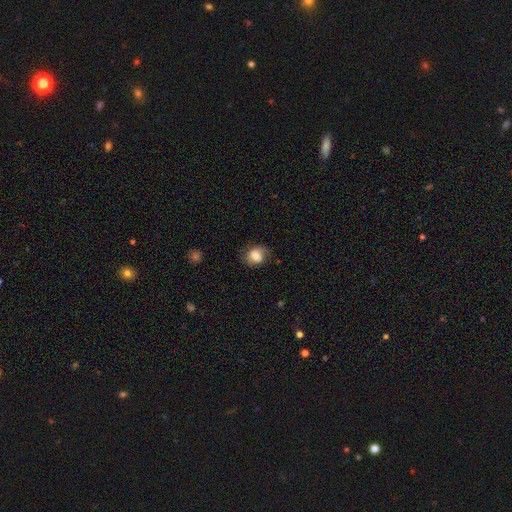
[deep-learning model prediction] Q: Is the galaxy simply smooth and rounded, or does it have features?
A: smooth — 70%.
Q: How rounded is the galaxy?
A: in between — 51%.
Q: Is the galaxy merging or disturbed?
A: none — 61%.